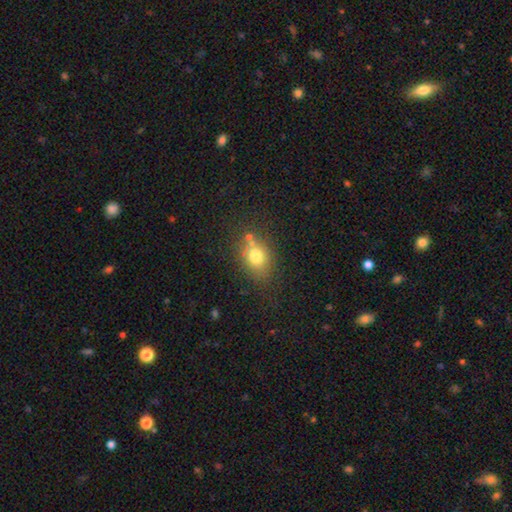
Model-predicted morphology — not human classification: Q: Smooth or featured?
A: smooth (75%); runner-up: featured or disk (13%)
Q: How rounded?
A: in between (65%); runner-up: round (33%)
Q: Merging?
A: none (64%); runner-up: minor disturbance (18%)